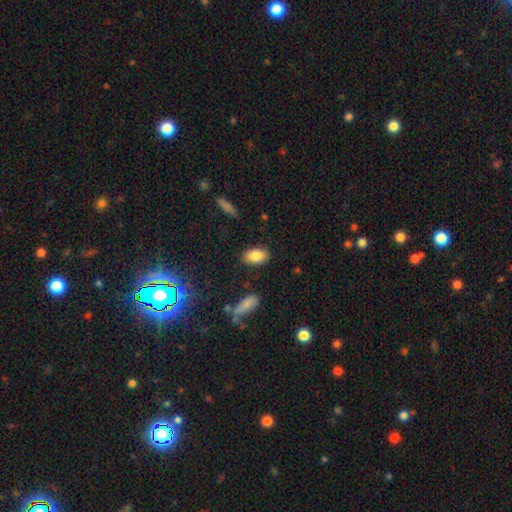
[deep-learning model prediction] smooth-or-featured: smooth: 86% | star or artifact: 7% | featured or disk: 7%
  how-rounded: in between: 92% | round: 5% | cigar-shaped: 2%
  merging: none: 85% | minor disturbance: 10% | major disturbance: 3% | merger: 2%